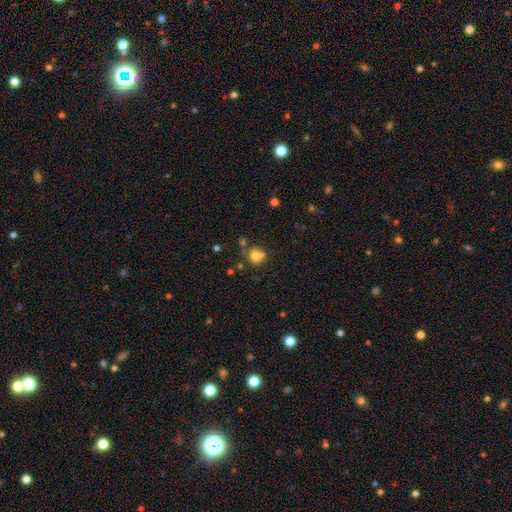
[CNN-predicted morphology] Smooth or featured? Predicted: smooth (p=0.74). How rounded? Predicted: round (p=0.85). Merging? Predicted: none (p=0.54).